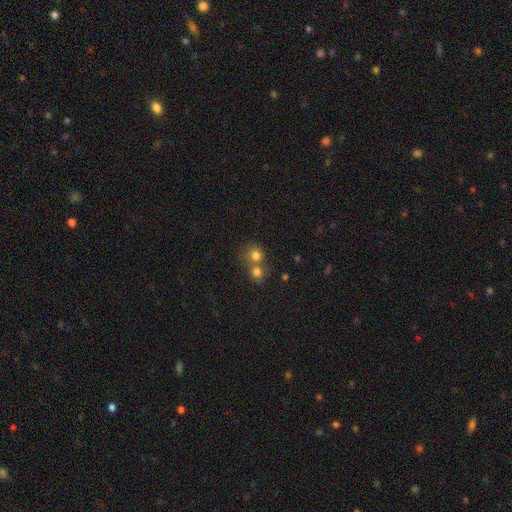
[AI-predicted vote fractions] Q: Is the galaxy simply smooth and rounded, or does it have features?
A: smooth — 76%.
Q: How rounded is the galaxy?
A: round — 84%.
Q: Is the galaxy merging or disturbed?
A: merger — 50%.